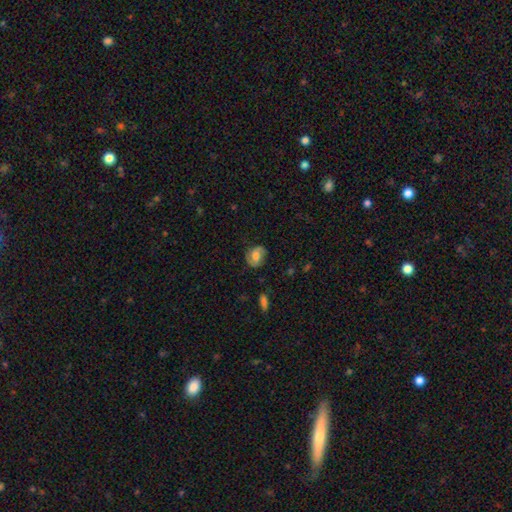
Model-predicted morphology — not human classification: Smooth or featured? Predicted: smooth (p=0.48). Merging? Predicted: none (p=0.75).